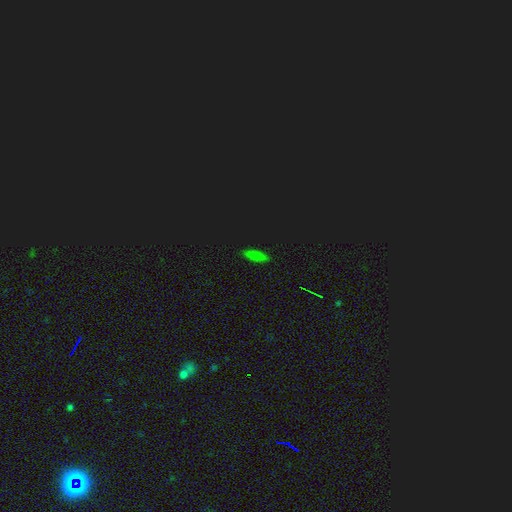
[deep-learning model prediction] smooth 69%, star or artifact 24%, featured or disk 8%. Down the decision tree: how rounded — in between (52%); merging — none (87%).